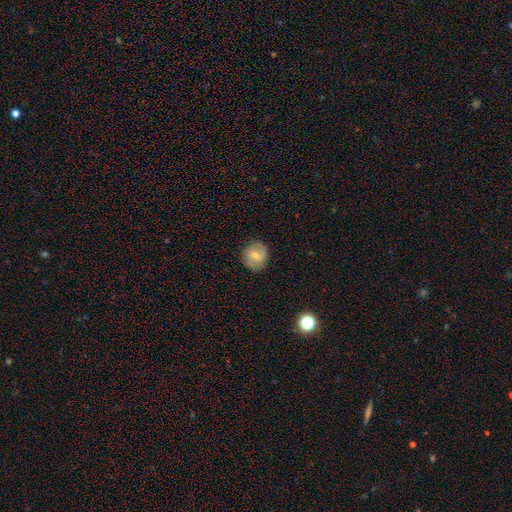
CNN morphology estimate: smooth_or_featured: smooth (p=0.54) [alt: featured or disk p=0.38]
how_rounded: round (p=0.84) [alt: in between p=0.15]
merging: none (p=0.85) [alt: minor disturbance p=0.11]